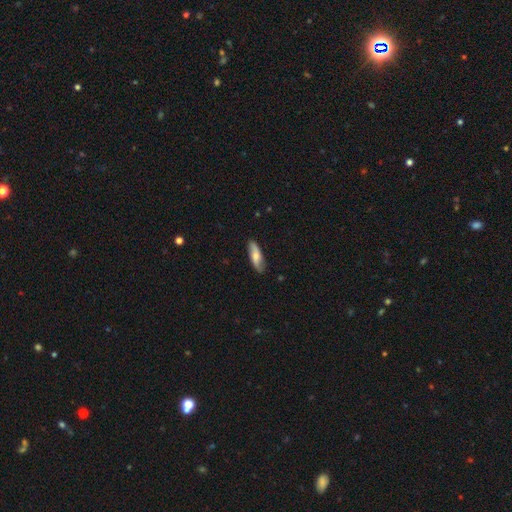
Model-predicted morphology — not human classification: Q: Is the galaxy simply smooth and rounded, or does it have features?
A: smooth — 59%.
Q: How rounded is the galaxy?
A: in between — 52%.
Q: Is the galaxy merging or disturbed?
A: none — 84%.